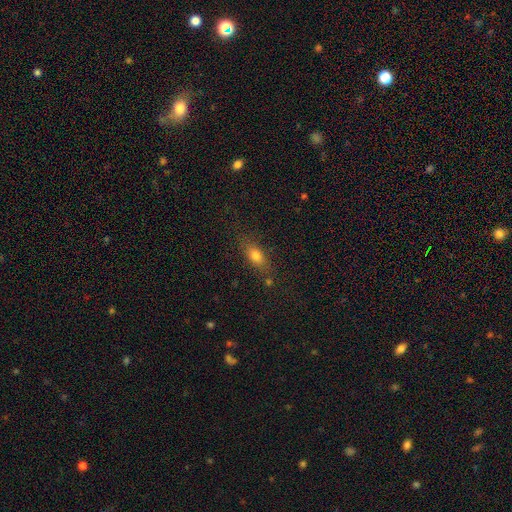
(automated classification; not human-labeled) Overall: smooth (74%). How rounded: in between (73%). Merging: none (74%).